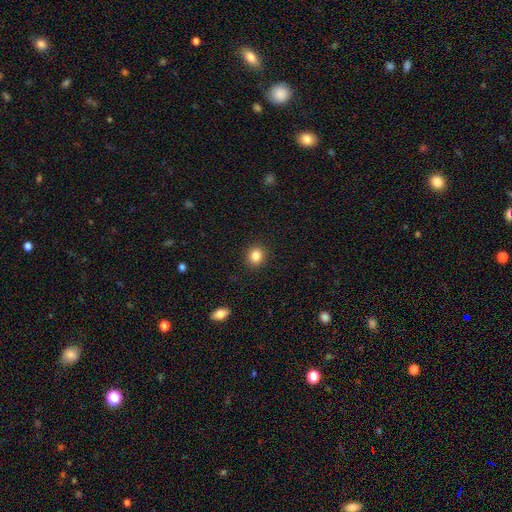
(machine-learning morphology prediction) smooth 84%, star or artifact 10%, featured or disk 5%. Down the decision tree: how rounded — round (79%); merging — none (91%).